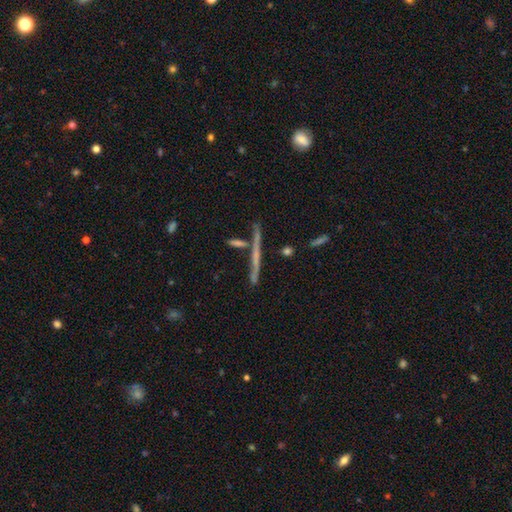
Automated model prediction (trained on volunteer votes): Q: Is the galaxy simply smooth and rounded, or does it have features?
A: featured or disk — 63%.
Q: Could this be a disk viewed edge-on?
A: yes — 96%.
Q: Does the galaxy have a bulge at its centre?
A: none — 70%.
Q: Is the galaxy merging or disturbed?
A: none — 81%.